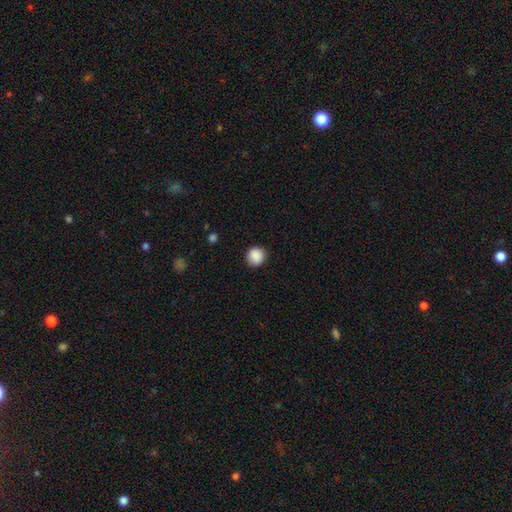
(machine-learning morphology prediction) This is clearly a smooth galaxy (88%). How rounded: clearly round (92%). Merging: clearly none (88%).